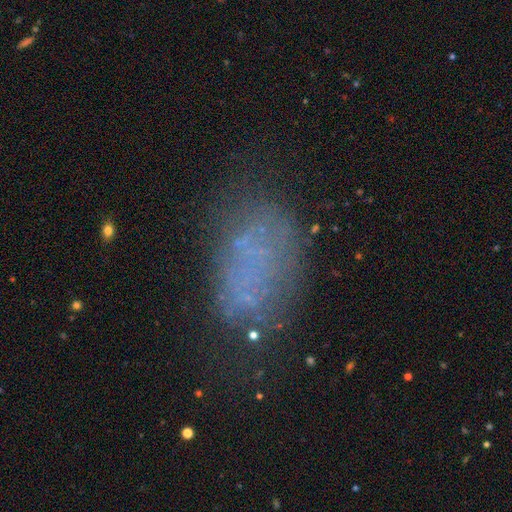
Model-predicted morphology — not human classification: Smooth or featured? Predicted: smooth (p=0.47). Merging? Predicted: none (p=0.58).